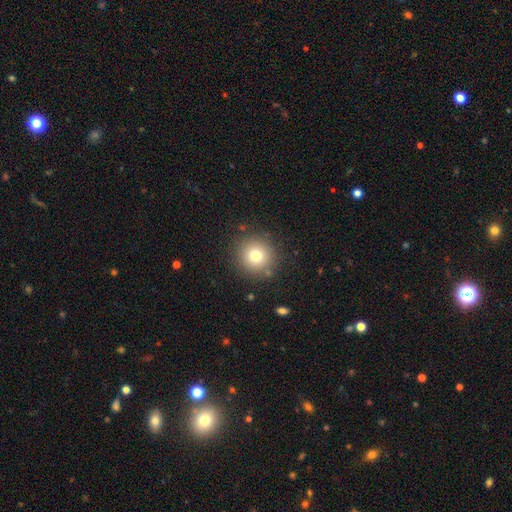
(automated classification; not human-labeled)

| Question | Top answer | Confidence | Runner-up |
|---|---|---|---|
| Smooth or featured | smooth | 76% | star or artifact (13%) |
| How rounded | round | 95% | in between (4%) |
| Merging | none | 87% | minor disturbance (8%) |